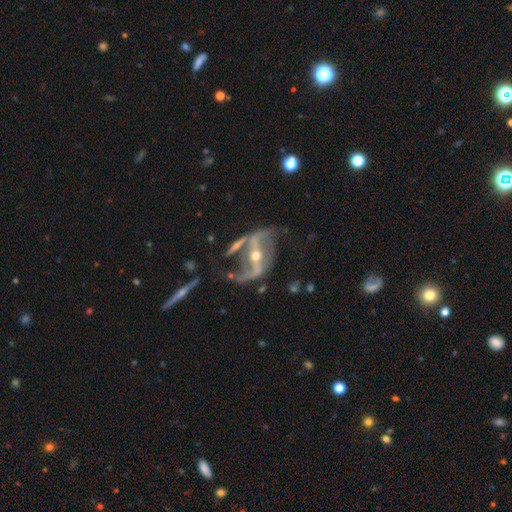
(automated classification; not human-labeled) This is clearly a featured or disk galaxy (90%). It is clearly not viewed edge-on (92%). Bar: likely strong (68%). Spiral arm pattern: clearly yes (94%). Spiral arm count: clearly 2 (90%). Spiral winding: likely loose (63%). Central bulge: possibly moderate (48%, tied with small). Merging: possibly none (54%).